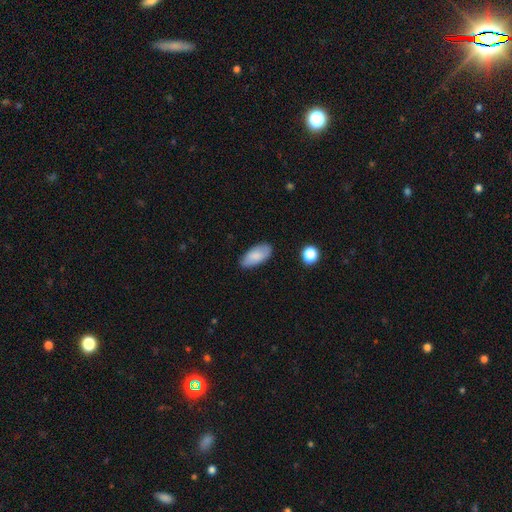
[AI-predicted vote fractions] A smooth galaxy with no disk features (83%) that is in between round and cigar-shaped (91%).

Vote fractions:
- Smooth or featured? smooth: 83% / featured or disk: 11% / star or artifact: 7%
- How rounded? in between: 91% / cigar-shaped: 7% / round: 2%
- Merging? none: 79% / minor disturbance: 16% / major disturbance: 3% / merger: 1%